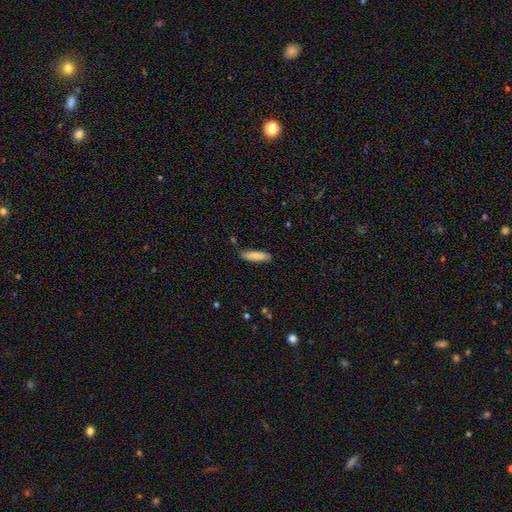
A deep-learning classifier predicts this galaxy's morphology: smooth_or_featured: smooth (p=0.76) [alt: featured or disk p=0.18]
how_rounded: cigar-shaped (p=0.55) [alt: in between p=0.43]
merging: none (p=0.81) [alt: minor disturbance p=0.14]